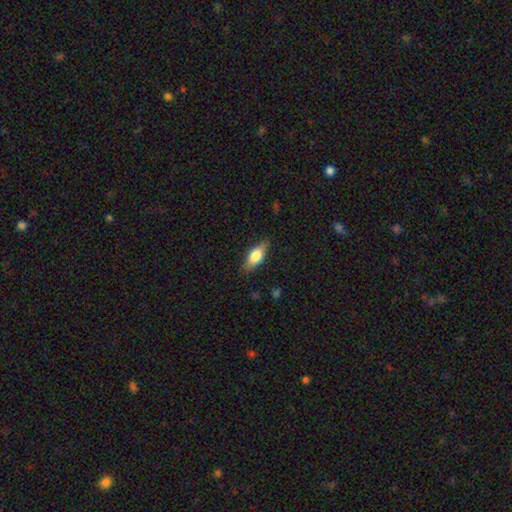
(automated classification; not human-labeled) This appears to be a smooth galaxy with no disk features (72%) that is in between round and cigar-shaped (78%). Merging: none (83%).